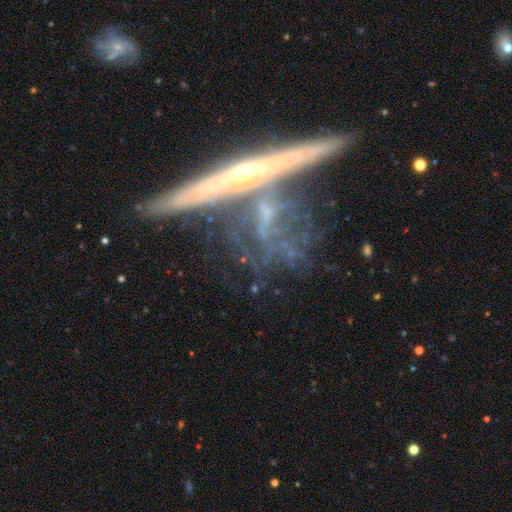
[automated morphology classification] smooth-or-featured: featured or disk: 79% | smooth: 12% | star or artifact: 9%
  disk-edge-on: yes: 89% | no: 11%
    edge-on-bulge: rounded: 62% | none: 33% | boxy: 5%
  merging: none: 55% | merger: 25% | minor disturbance: 15% | major disturbance: 6%